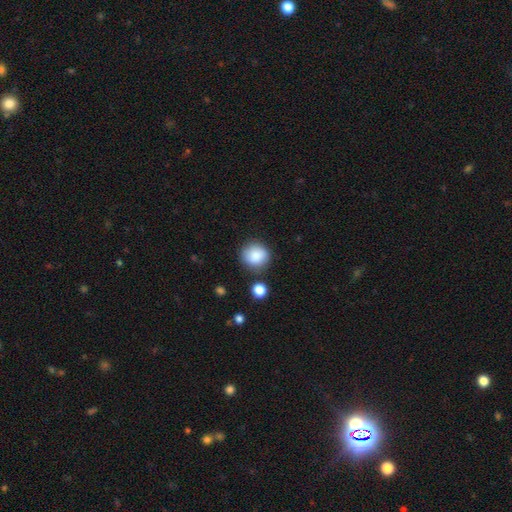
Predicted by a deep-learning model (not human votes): Q: Smooth or featured?
A: smooth (86%); runner-up: star or artifact (8%)
Q: How rounded?
A: round (88%); runner-up: in between (11%)
Q: Merging?
A: none (82%); runner-up: minor disturbance (11%)